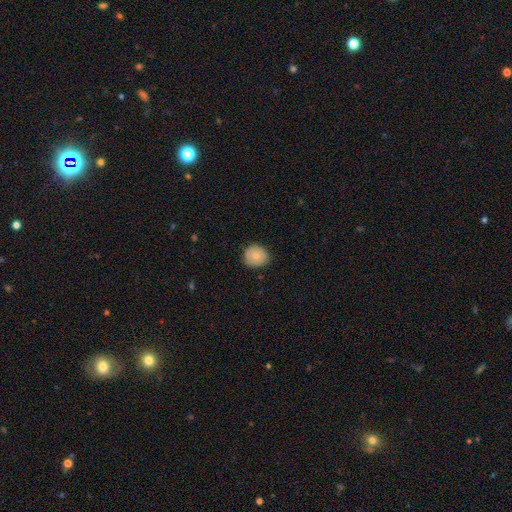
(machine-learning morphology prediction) Smooth or featured? smooth (79%)
How rounded? round (84%)
Merging? none (82%)